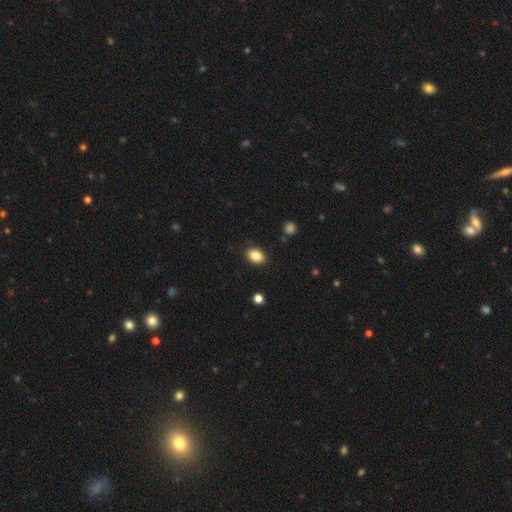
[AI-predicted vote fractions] smooth 86%, star or artifact 9%, featured or disk 6%. Down the decision tree: how rounded — in between (78%); merging — none (87%).